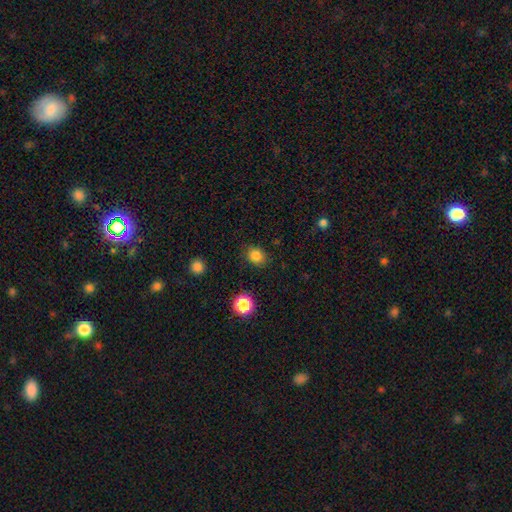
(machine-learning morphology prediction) A smooth galaxy with no disk features (83%) that is round (64%). Merging: none (84%).